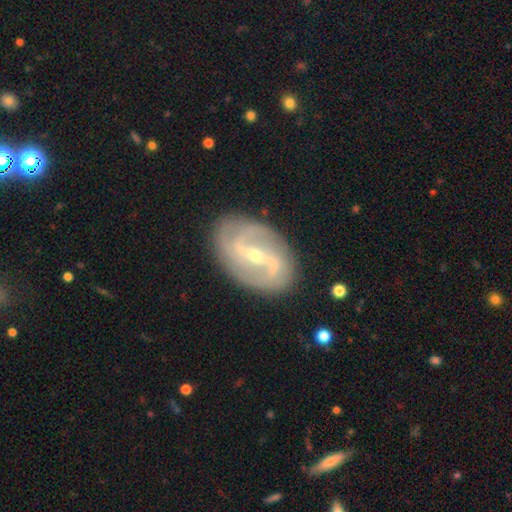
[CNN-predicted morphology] The model was most divided on "spiral winding": medium: 41%, loose: 33%, tight: 27%. More confident: edge-on disk — no (95%); spiral arms — yes (91%); smooth or featured — featured or disk (86%); merging — none (81%); spiral arm count — 2 (77%); bar — strong (55%); bulge size — small (54%).